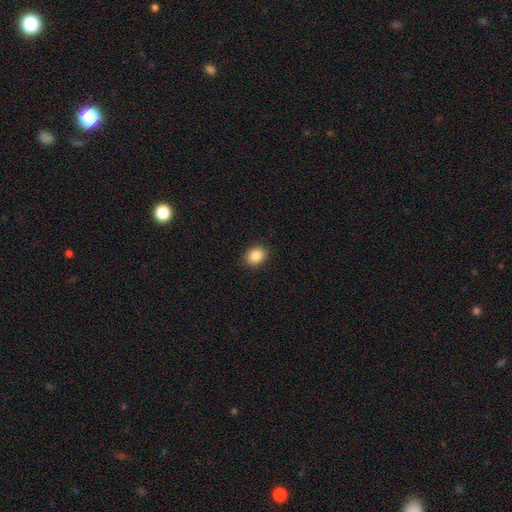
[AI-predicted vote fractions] This is clearly a smooth galaxy (87%). How rounded: possibly round (51%). Merging: clearly none (90%).